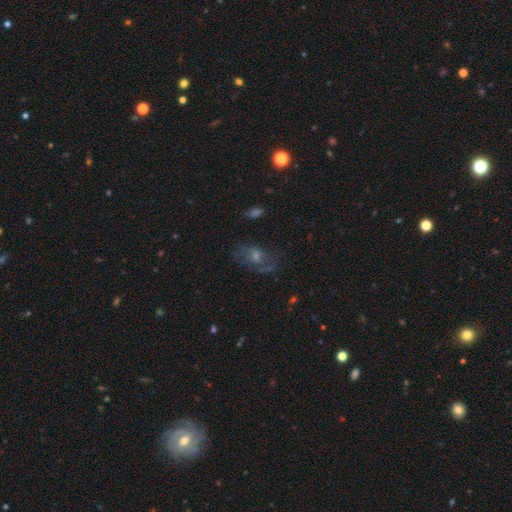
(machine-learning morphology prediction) featured or disk 50%, smooth 27%, star or artifact 23%. Down the decision tree: edge-on disk — no (94%); merging — none (61%).